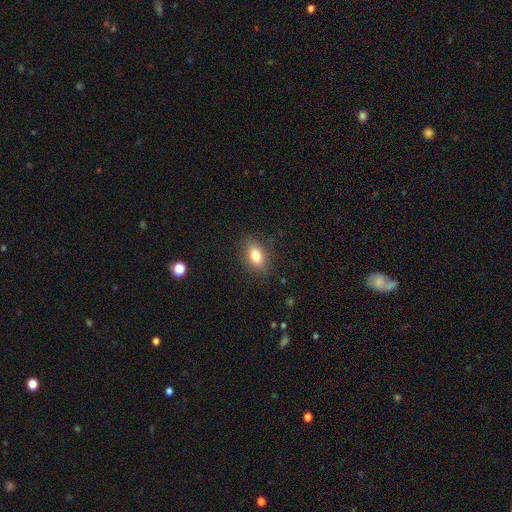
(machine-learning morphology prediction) Overall: smooth (80%). How rounded: in between (84%). Merging: none (85%).